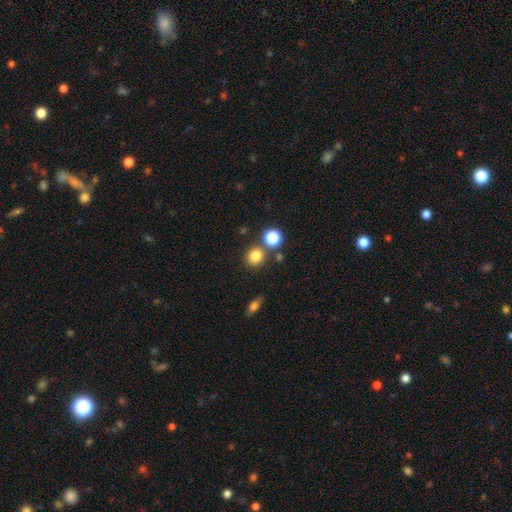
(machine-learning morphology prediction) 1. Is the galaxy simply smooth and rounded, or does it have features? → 81% smooth, 13% star or artifact, 6% featured or disk.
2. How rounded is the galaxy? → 83% round, 16% in between, 1% cigar-shaped.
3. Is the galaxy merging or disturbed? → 75% none, 13% merger, 9% minor disturbance, 3% major disturbance.